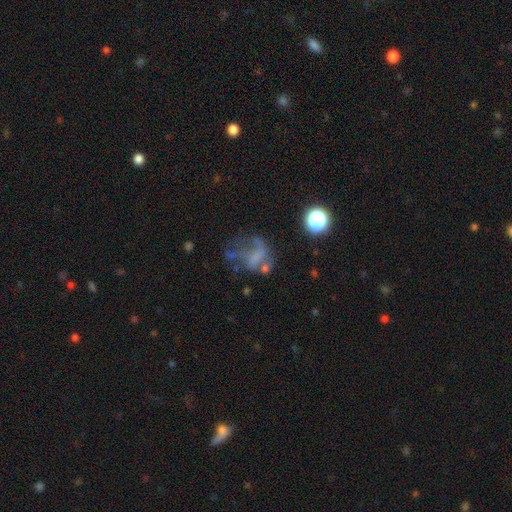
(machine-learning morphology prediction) Smooth or featured? Predicted: featured or disk (p=0.46). Merging? Predicted: major disturbance (p=0.41).